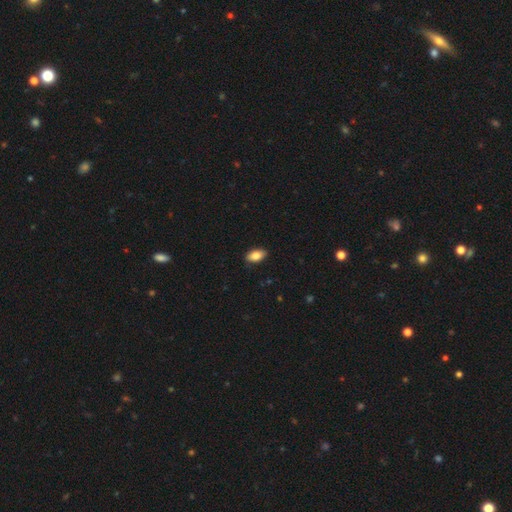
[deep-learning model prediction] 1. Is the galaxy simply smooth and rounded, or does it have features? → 84% smooth, 9% featured or disk, 7% star or artifact.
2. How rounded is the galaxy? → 93% in between, 4% round, 3% cigar-shaped.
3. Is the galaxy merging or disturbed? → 89% none, 8% minor disturbance, 2% major disturbance, 1% merger.